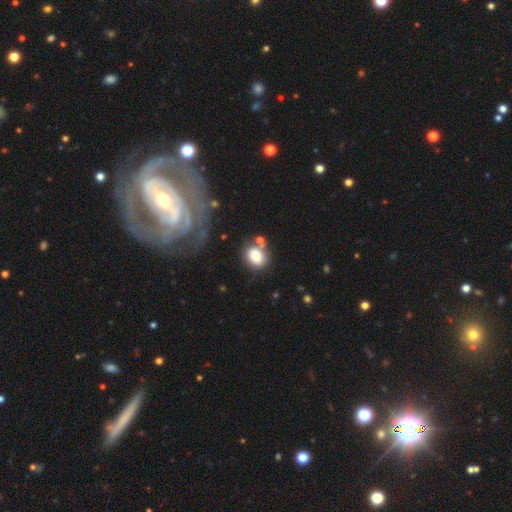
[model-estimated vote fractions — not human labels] Smooth or featured: smooth — 82% (featured or disk — 9%)
How rounded: round — 50% (in between — 49%)
Merging: none — 53% (merger — 21%)